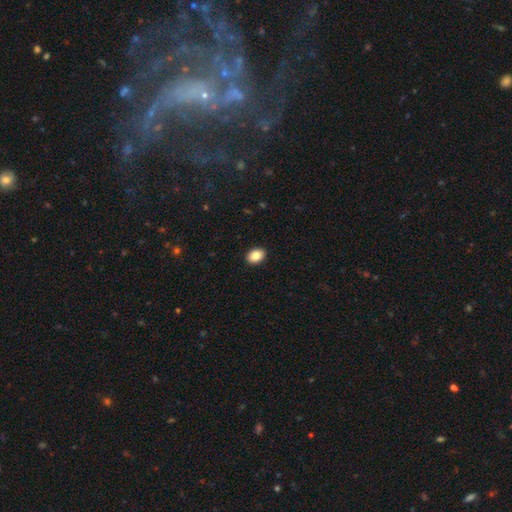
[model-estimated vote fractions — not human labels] Smooth or featured? smooth (86%)
How rounded? in between (76%)
Merging? none (92%)